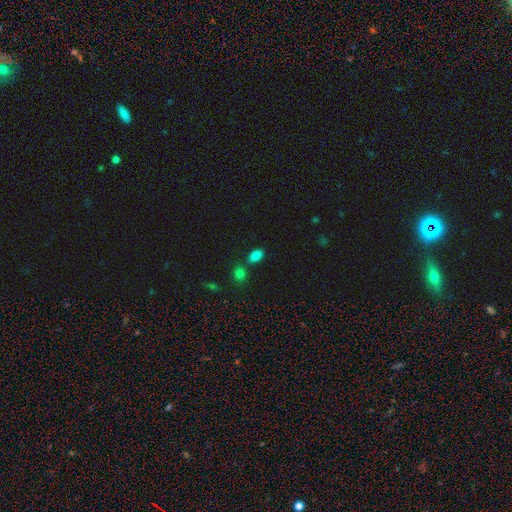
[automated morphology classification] This is clearly a smooth galaxy (82%). How rounded: clearly in between (88%). Merging: likely none (69%).